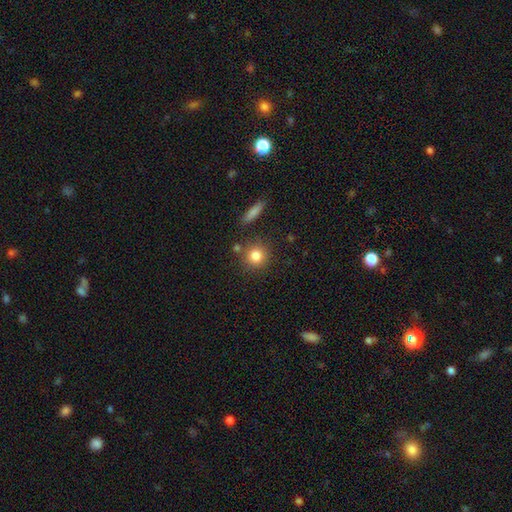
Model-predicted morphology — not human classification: A smooth galaxy with no disk features (83%) that is round (89%). Merging: none (80%).